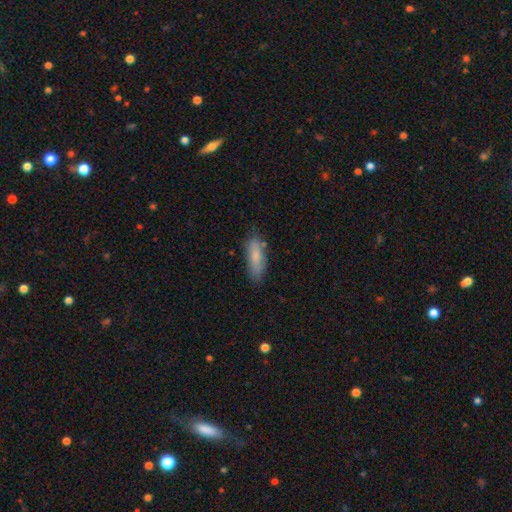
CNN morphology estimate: A smooth galaxy with no disk features (78%) that is in between round and cigar-shaped (56%).

Vote fractions:
- Smooth or featured? smooth: 78% / featured or disk: 16% / star or artifact: 6%
- How rounded? in between: 56% / cigar-shaped: 42% / round: 2%
- Merging? none: 73% / minor disturbance: 20% / major disturbance: 4% / merger: 3%